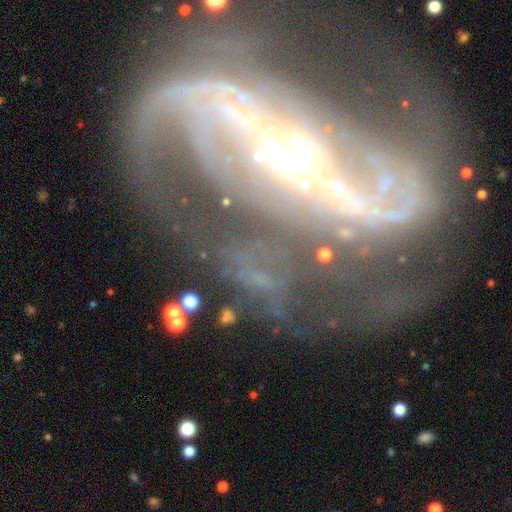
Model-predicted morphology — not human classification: Overall: featured or disk (90%). Edge-on disk: no (94%). Bar: strong (65%). Spiral arms: yes (93%). Spiral arm count: 2 (72%). Spiral winding: medium (43%; loose 36%). Bulge size: moderate (56%; small 27%). Merging: none (43%; major disturbance 30%).